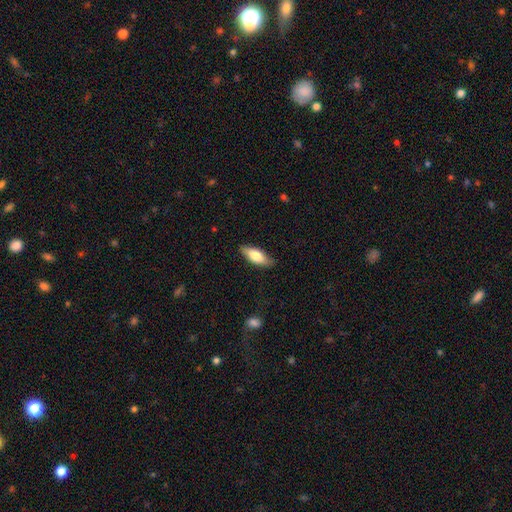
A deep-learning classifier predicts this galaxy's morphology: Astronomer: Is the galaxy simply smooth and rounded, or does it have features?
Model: smooth — 74%.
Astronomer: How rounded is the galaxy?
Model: in between — 74%.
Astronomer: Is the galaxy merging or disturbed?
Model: none — 82%.